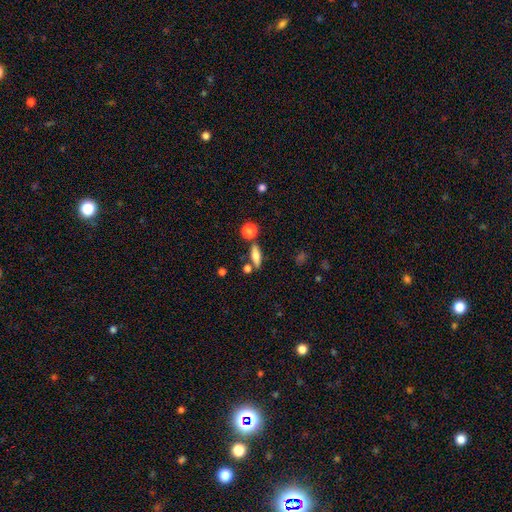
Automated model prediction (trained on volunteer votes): Morphology: type=smooth (68%); roundness=in between (49%); merging=none (74%).